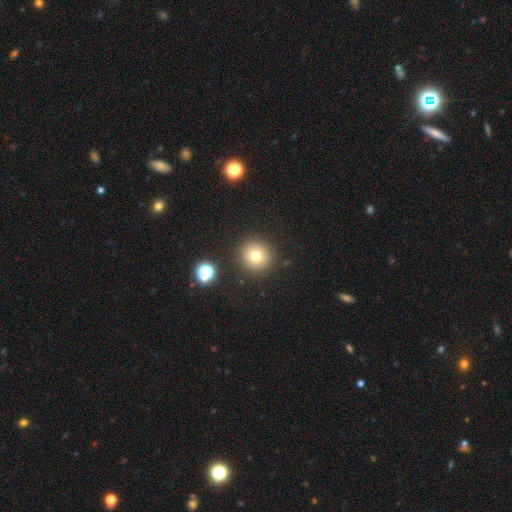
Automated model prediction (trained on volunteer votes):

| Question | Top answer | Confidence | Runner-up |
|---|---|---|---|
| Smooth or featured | smooth | 75% | star or artifact (15%) |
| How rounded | round | 95% | in between (4%) |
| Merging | none | 89% | minor disturbance (6%) |